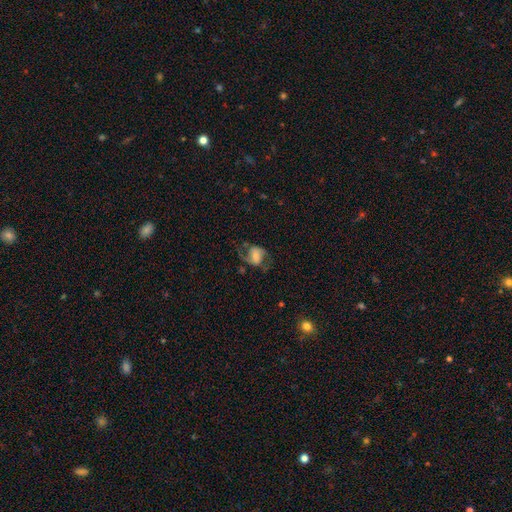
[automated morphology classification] Smooth or featured?
  - featured or disk: 61% *
  - smooth: 31%
  - star or artifact: 8%
Edge-on disk?
  - no: 96% *
  - yes: 4%
Bar?
  - no: 44% *
  - weak: 37%
  - strong: 19%
Spiral arms?
  - yes: 84% *
  - no: 16%
Bulge size?
  - small: 41% *
  - moderate: 38%
  - large: 11%
  - none: 7%
  - dominant: 3%
Merging?
  - none: 54% *
  - major disturbance: 25%
  - minor disturbance: 19%
  - merger: 2%